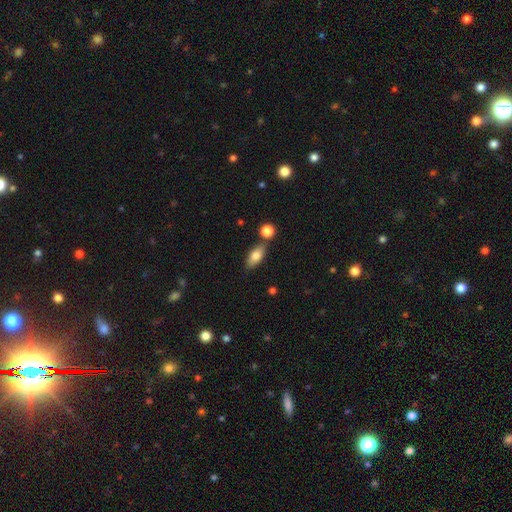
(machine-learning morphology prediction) The model was most divided on "merging": none: 71%, merger: 13%, minor disturbance: 13%, major disturbance: 3%. More confident: how rounded — in between (80%); smooth or featured — smooth (76%).